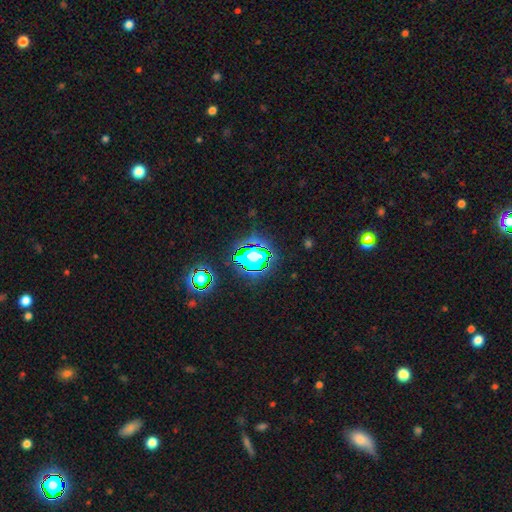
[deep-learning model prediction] This appears to be a star or artifact, not a galaxy (80%).